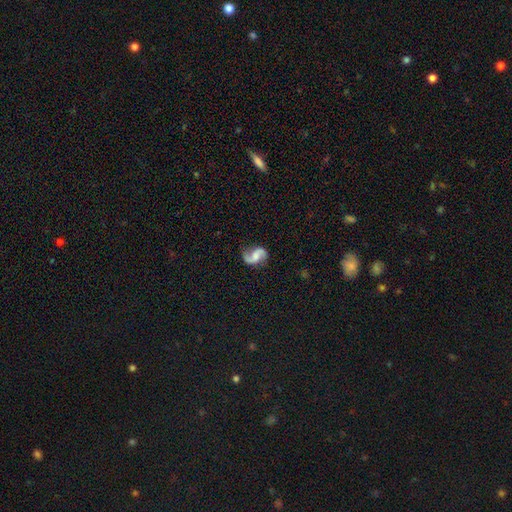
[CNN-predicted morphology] Smooth or featured? featured or disk (86%)
Edge-on disk? no (98%)
Bar? no (45%)
Spiral arms? yes (97%)
Spiral winding? loose (57%)
Spiral arm count? 2 (91%)
Bulge size? moderate (35%)
Merging? none (78%)